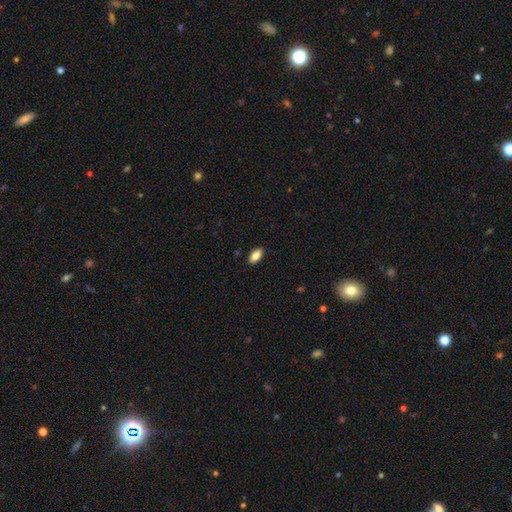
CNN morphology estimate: This appears to be a smooth galaxy with no disk features (86%) that is in between round and cigar-shaped (91%). Merging: none (89%).